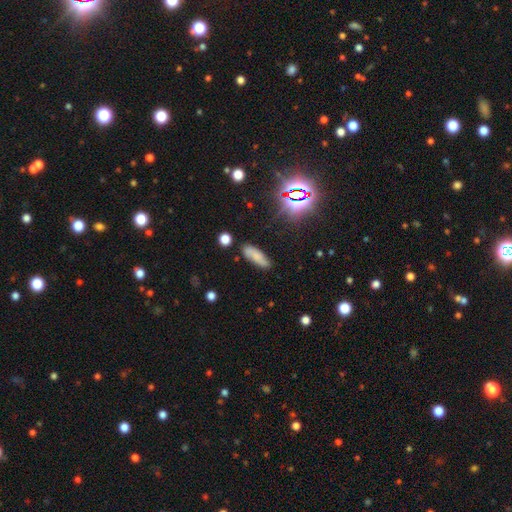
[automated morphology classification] Overall: smooth (69%). How rounded: in between (53%; cigar-shaped 44%). Merging: none (77%).